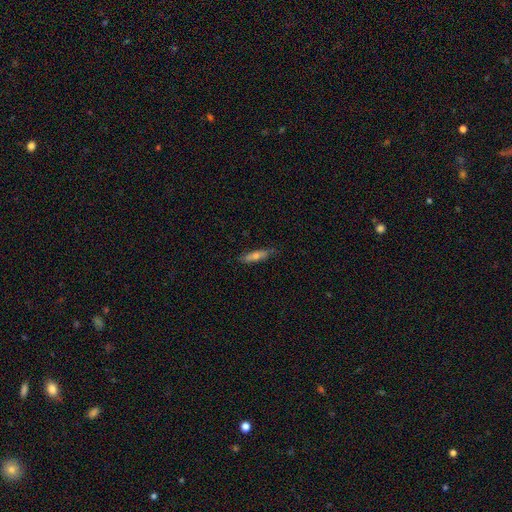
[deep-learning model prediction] Q: Smooth or featured?
A: smooth (53%); runner-up: featured or disk (39%)
Q: How rounded?
A: cigar-shaped (69%); runner-up: in between (28%)
Q: Merging?
A: none (77%); runner-up: minor disturbance (18%)